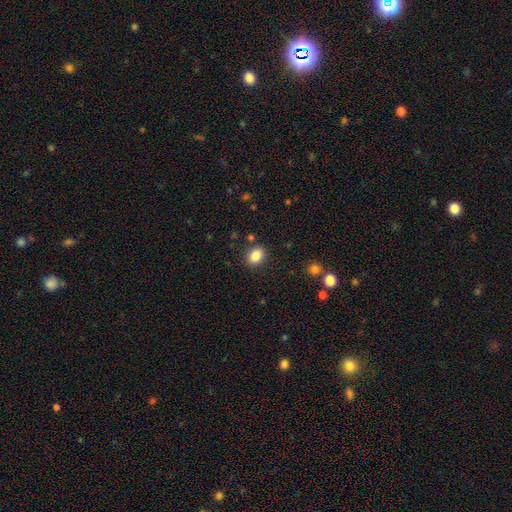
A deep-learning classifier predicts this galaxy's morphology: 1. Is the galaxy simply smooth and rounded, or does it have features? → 85% smooth, 10% star or artifact, 5% featured or disk.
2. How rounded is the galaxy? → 61% in between, 38% round, 1% cigar-shaped.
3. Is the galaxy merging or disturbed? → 87% none, 8% minor disturbance, 2% major disturbance, 2% merger.